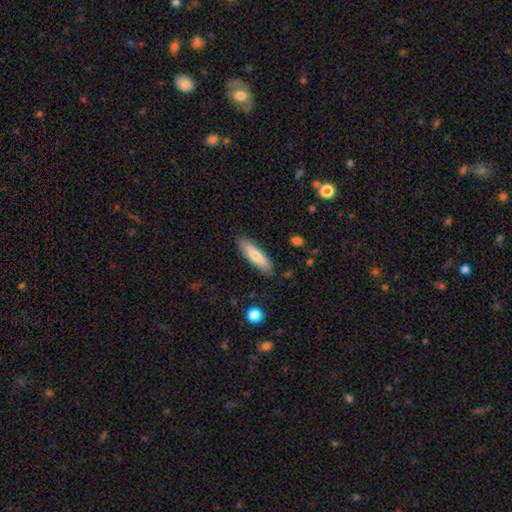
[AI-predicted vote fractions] This is likely a smooth galaxy (71%). How rounded: likely cigar-shaped (75%). Merging: clearly none (86%).